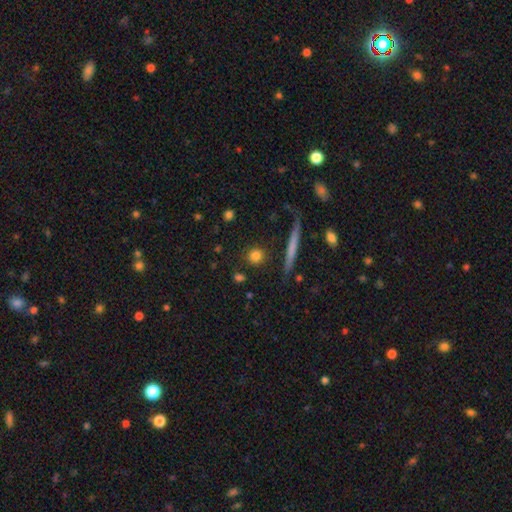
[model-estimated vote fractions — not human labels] Smooth or featured? Predicted: smooth (p=0.80). How rounded? Predicted: round (p=0.84). Merging? Predicted: none (p=0.86).